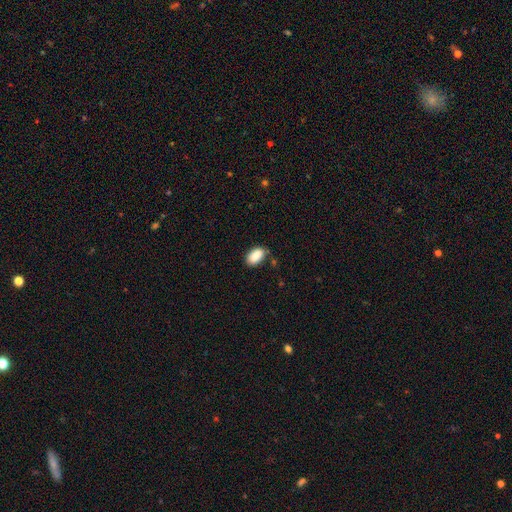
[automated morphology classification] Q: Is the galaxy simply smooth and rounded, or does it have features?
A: smooth — 89%.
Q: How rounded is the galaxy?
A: in between — 92%.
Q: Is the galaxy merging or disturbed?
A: none — 74%.